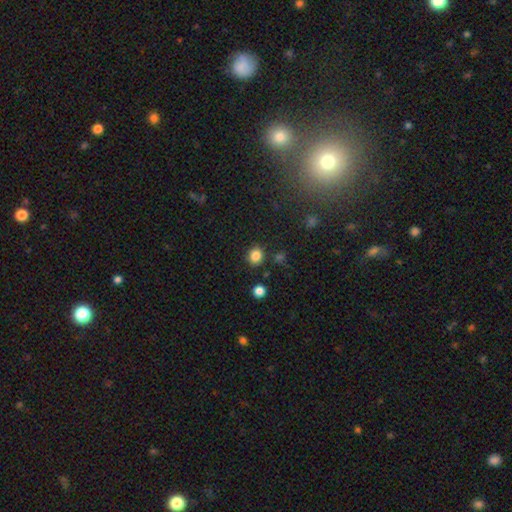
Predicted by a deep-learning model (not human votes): The model was most divided on "how rounded": round: 77%, in between: 22%, cigar-shaped: 1%. More confident: merging — none (86%); smooth or featured — smooth (84%).